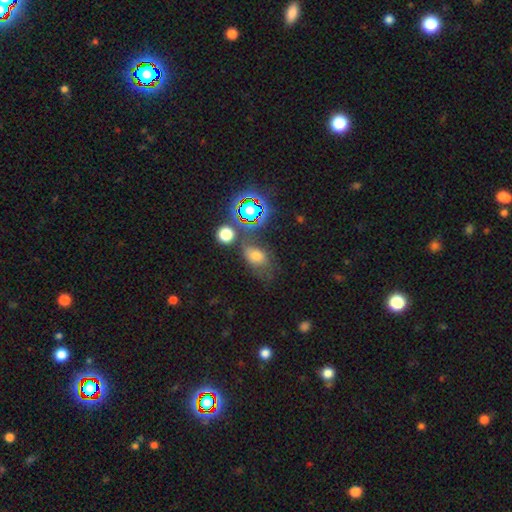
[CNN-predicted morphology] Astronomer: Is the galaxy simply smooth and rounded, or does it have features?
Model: smooth — 57%.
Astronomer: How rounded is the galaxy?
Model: in between — 73%.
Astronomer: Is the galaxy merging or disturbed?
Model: none — 43% (runner-up: minor disturbance, 23%).